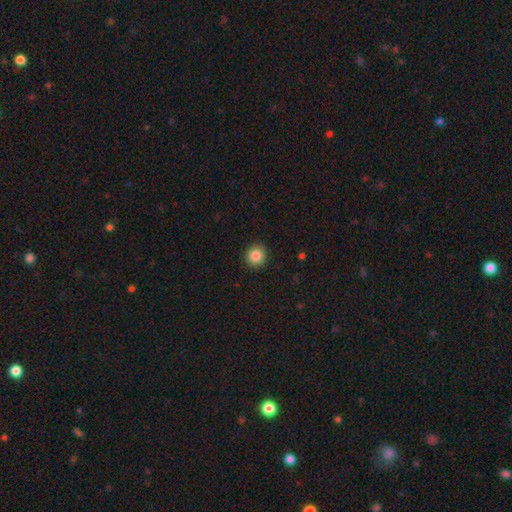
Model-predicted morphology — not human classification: Overall: smooth (86%). How rounded: round (91%). Merging: none (91%).